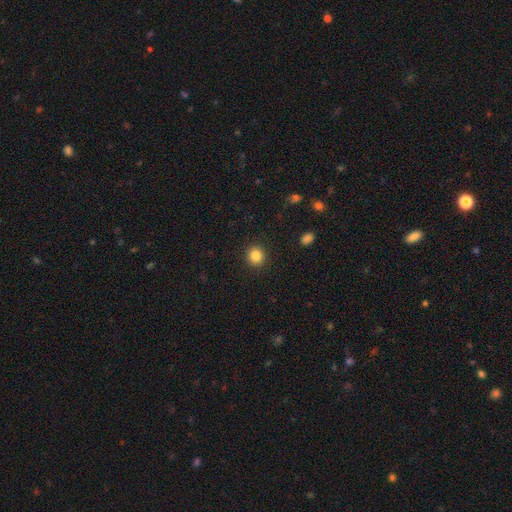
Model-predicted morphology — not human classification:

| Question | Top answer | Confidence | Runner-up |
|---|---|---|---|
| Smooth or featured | smooth | 84% | star or artifact (11%) |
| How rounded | round | 88% | in between (11%) |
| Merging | none | 92% | minor disturbance (5%) |